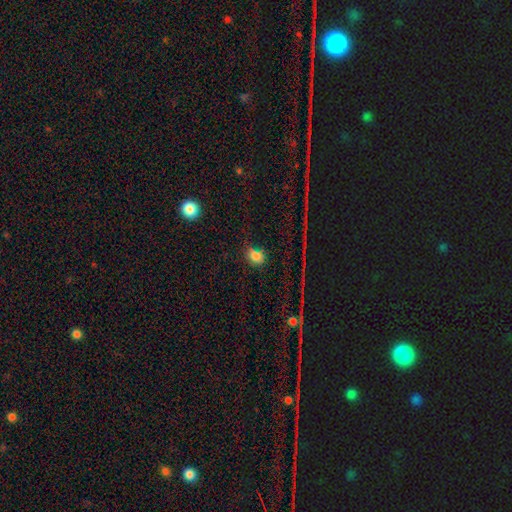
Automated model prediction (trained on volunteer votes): Overall: smooth (74%). How rounded: in between (51%; round 47%). Merging: none (61%; minor disturbance 24%).